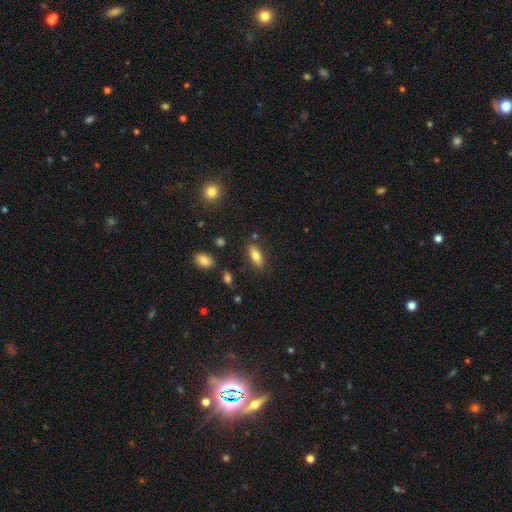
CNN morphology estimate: Overall: smooth (77%). How rounded: in between (77%). Merging: none (82%).